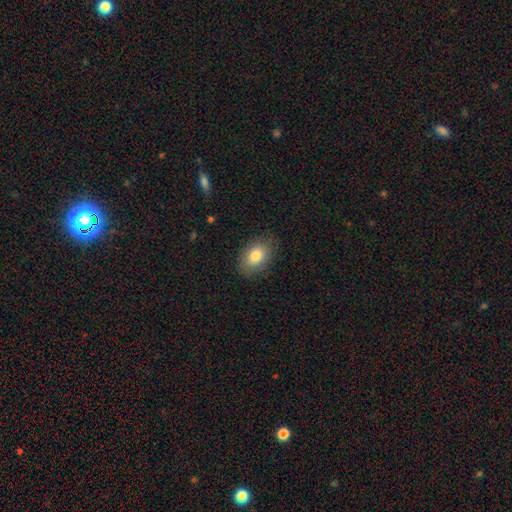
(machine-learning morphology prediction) A smooth galaxy with no disk features (82%) that is in between round and cigar-shaped (87%).

Vote fractions:
- Smooth or featured? smooth: 82% / featured or disk: 10% / star or artifact: 8%
- How rounded? in between: 87% / round: 12% / cigar-shaped: 1%
- Merging? none: 85% / minor disturbance: 11% / major disturbance: 3% / merger: 1%